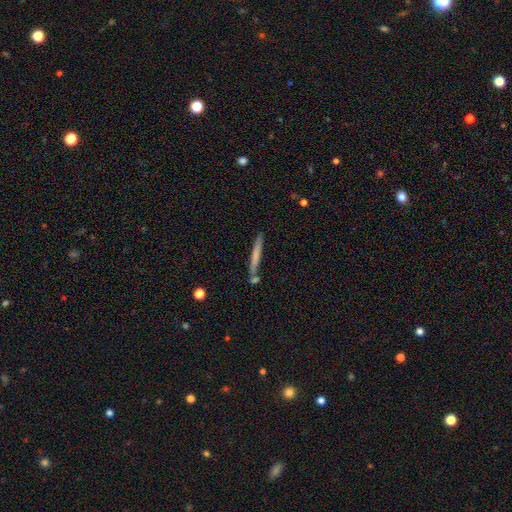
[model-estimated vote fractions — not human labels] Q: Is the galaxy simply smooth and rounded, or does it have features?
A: smooth — 61%.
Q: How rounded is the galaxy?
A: cigar-shaped — 96%.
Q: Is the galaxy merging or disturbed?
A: none — 79%.